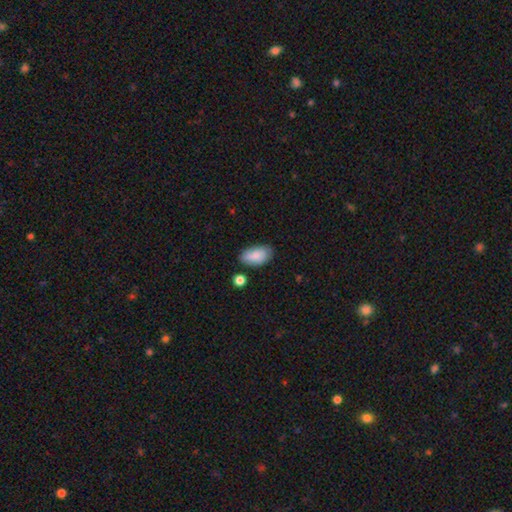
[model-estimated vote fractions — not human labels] Q: Smooth or featured?
A: smooth (85%); runner-up: featured or disk (9%)
Q: How rounded?
A: in between (94%); runner-up: round (4%)
Q: Merging?
A: none (73%); runner-up: minor disturbance (19%)